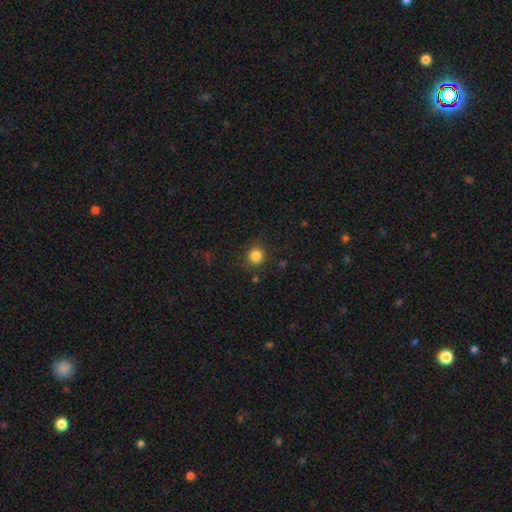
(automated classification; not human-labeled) Smooth or featured: smooth — 84% (star or artifact — 12%)
How rounded: round — 90% (in between — 9%)
Merging: none — 86% (minor disturbance — 9%)